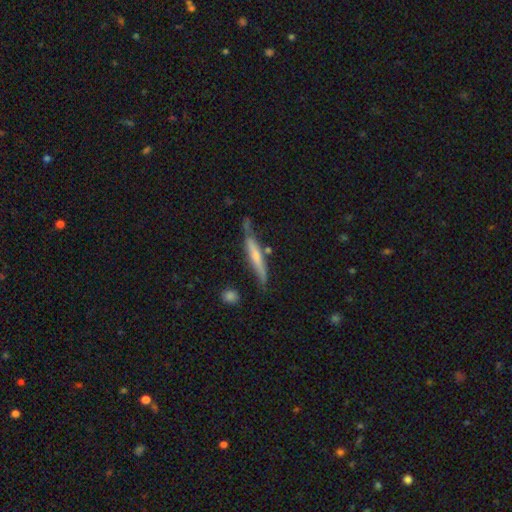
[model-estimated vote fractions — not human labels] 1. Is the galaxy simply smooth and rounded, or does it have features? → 49% smooth, 46% featured or disk, 6% star or artifact.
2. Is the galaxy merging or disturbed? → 63% none, 24% minor disturbance, 7% merger, 6% major disturbance.